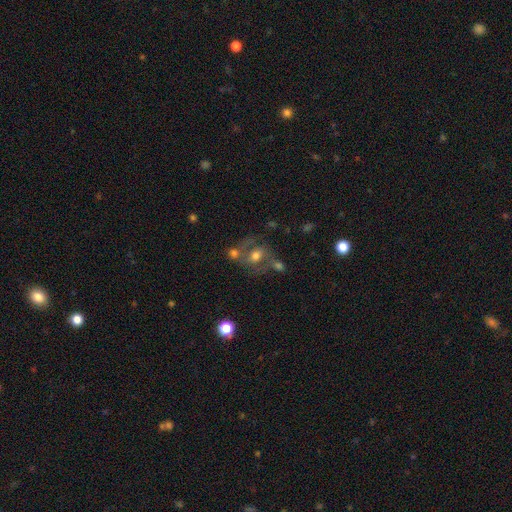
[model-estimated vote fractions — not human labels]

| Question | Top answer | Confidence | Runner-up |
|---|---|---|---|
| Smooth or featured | featured or disk | 47% | smooth (42%) |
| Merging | none | 47% | merger (26%) |